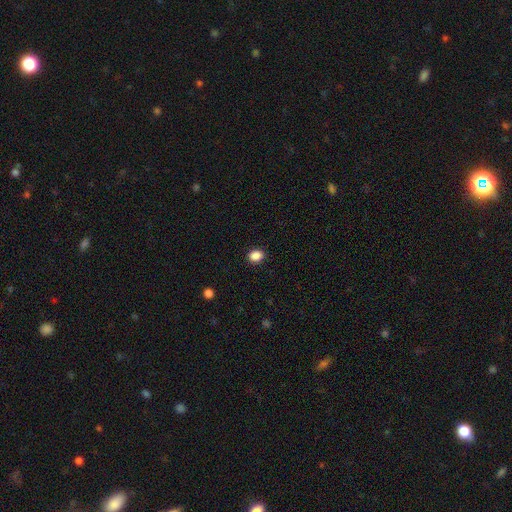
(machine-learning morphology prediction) type=smooth (88%); roundness=in between (53%); merging=none (90%).